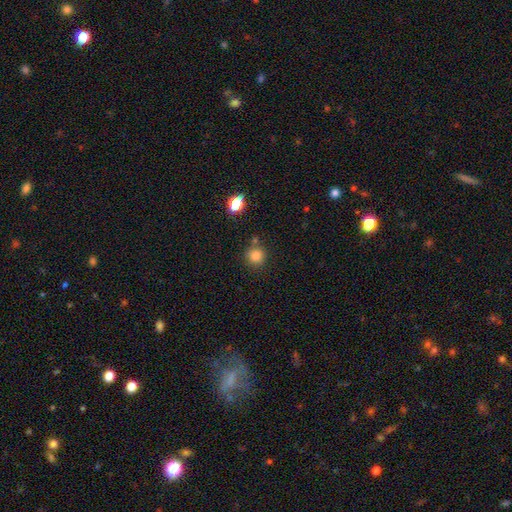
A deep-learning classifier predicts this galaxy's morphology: smooth_or_featured: smooth (p=0.82) [alt: star or artifact p=0.13]
how_rounded: round (p=0.92) [alt: in between p=0.07]
merging: none (p=0.77) [alt: merger p=0.10]